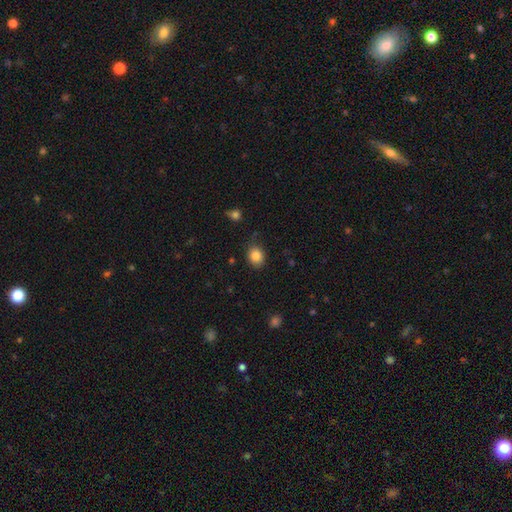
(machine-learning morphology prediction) Smooth or featured?
  - smooth: 85% *
  - star or artifact: 10%
  - featured or disk: 6%
How rounded?
  - round: 56% *
  - in between: 43%
  - cigar-shaped: 1%
Merging?
  - none: 75% *
  - minor disturbance: 19%
  - major disturbance: 4%
  - merger: 2%